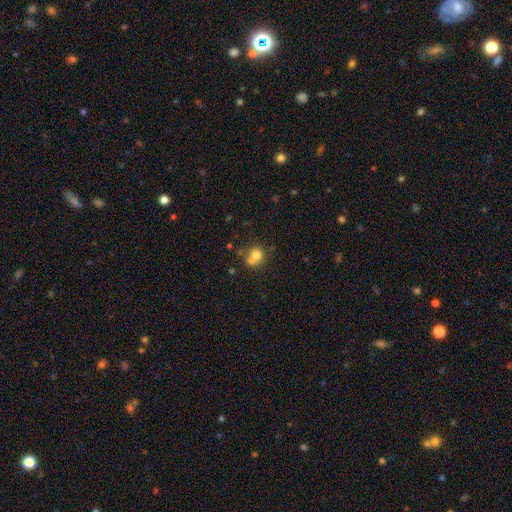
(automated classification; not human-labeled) This appears to be a smooth galaxy with no disk features (72%) that is round (81%). Merging: merger (47%).